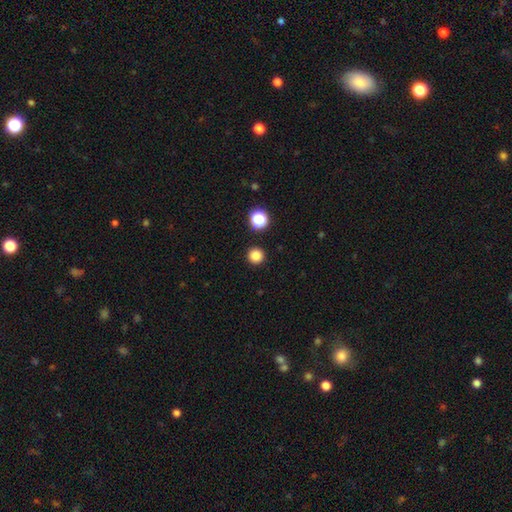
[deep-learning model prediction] Smooth or featured? Predicted: smooth (p=0.84). How rounded? Predicted: round (p=0.96). Merging? Predicted: none (p=0.93).